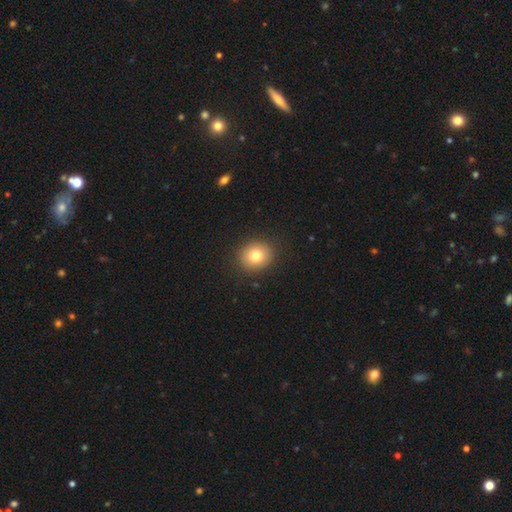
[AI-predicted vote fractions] Morphology: type=smooth (79%); roundness=round (75%); merging=none (90%).